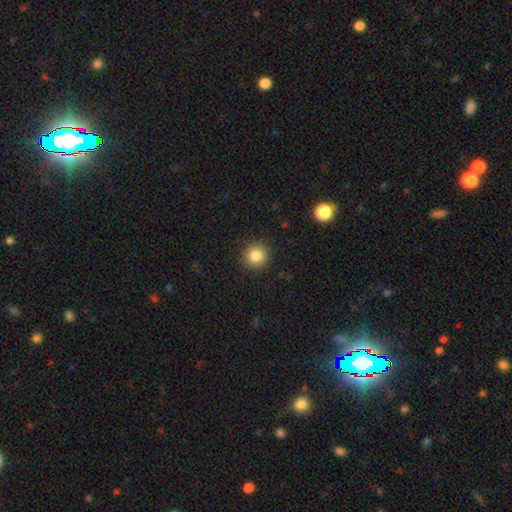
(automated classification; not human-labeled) Morphology: type=smooth (85%); roundness=round (93%); merging=none (91%).